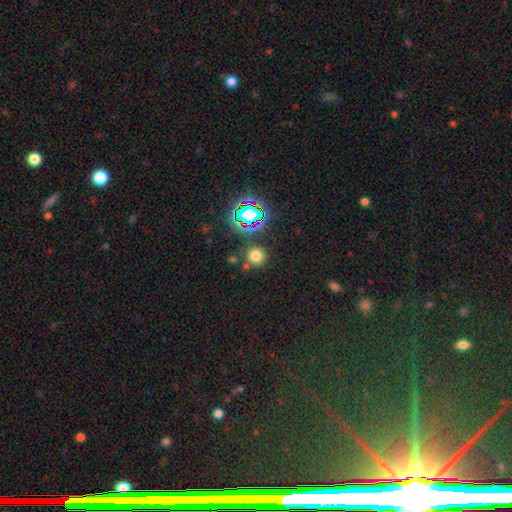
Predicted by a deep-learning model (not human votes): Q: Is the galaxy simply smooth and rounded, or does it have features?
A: smooth — 68%.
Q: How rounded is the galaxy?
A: round — 92%.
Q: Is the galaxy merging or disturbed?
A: none — 79%.